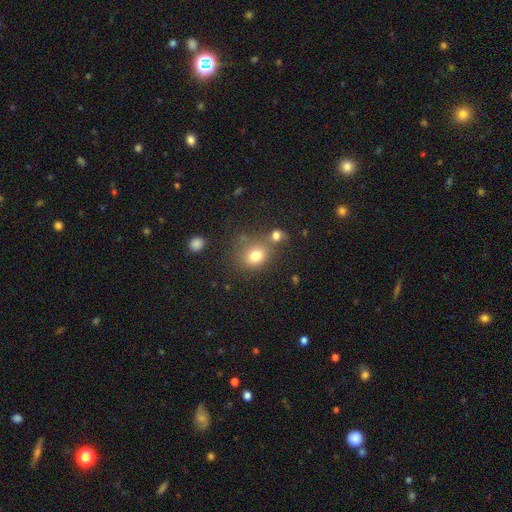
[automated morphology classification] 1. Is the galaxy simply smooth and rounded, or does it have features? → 77% smooth, 13% star or artifact, 10% featured or disk.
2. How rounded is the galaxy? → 63% round, 36% in between, 1% cigar-shaped.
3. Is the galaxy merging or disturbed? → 56% none, 23% merger, 14% minor disturbance, 7% major disturbance.